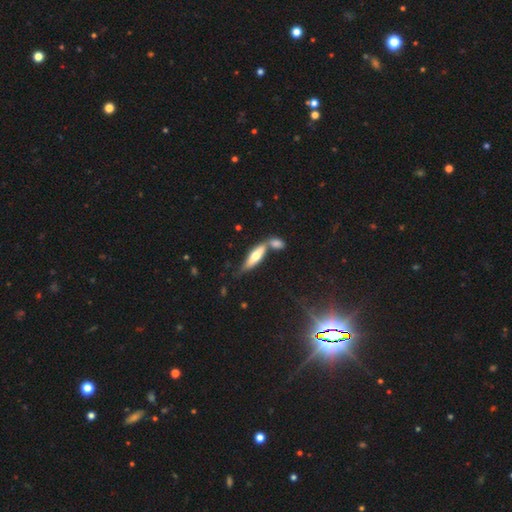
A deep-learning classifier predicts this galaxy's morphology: type=smooth (53%); roundness=cigar-shaped (62%); merging=none (47%).